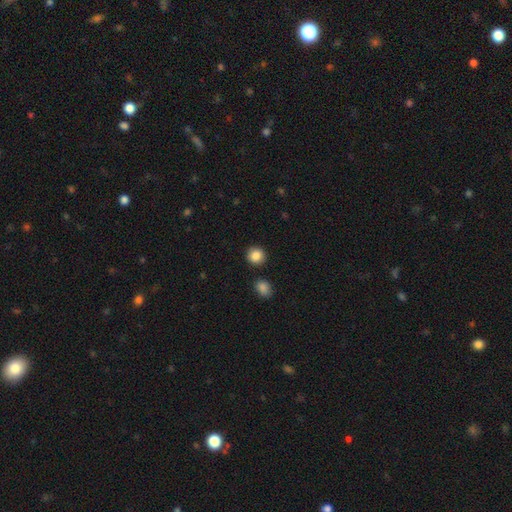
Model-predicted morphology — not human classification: A smooth galaxy with no disk features (87%) that is round (91%). Merging: none (89%).